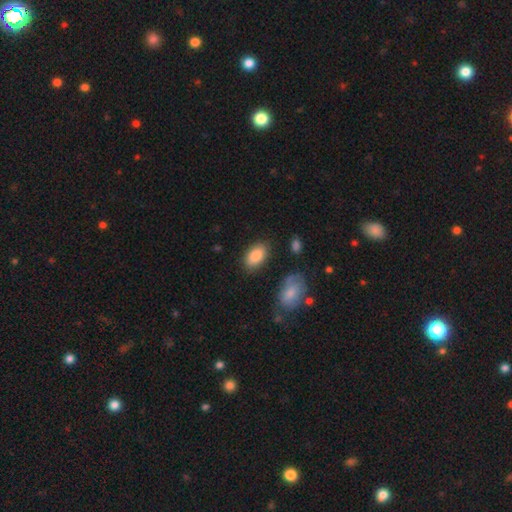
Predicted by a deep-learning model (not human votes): Overall: smooth (86%). How rounded: in between (93%). Merging: none (83%).